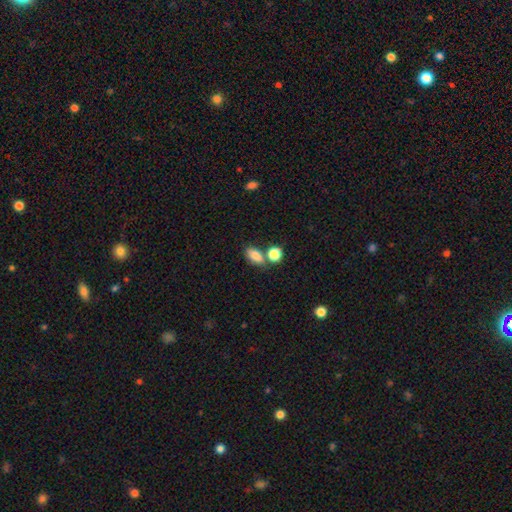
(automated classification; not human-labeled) This is clearly a smooth galaxy (83%). How rounded: clearly in between (83%). Merging: possibly none (56%).